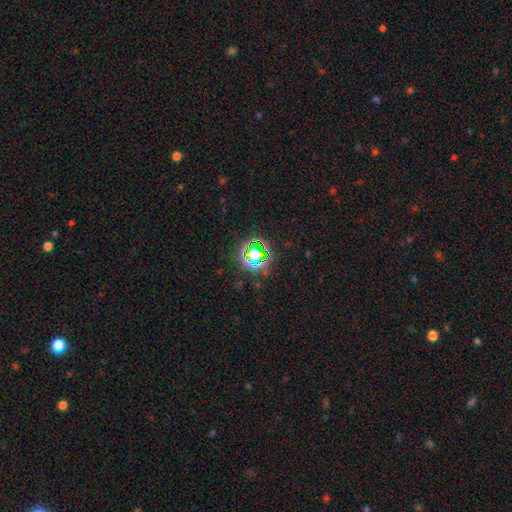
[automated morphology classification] A star or artifact, not a galaxy (67%).